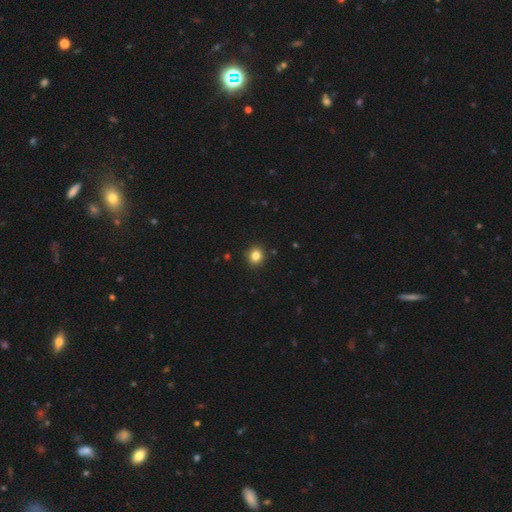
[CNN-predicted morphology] smooth_or_featured: smooth (p=0.84) [alt: star or artifact p=0.11]
how_rounded: round (p=0.83) [alt: in between p=0.16]
merging: none (p=0.91) [alt: minor disturbance p=0.06]